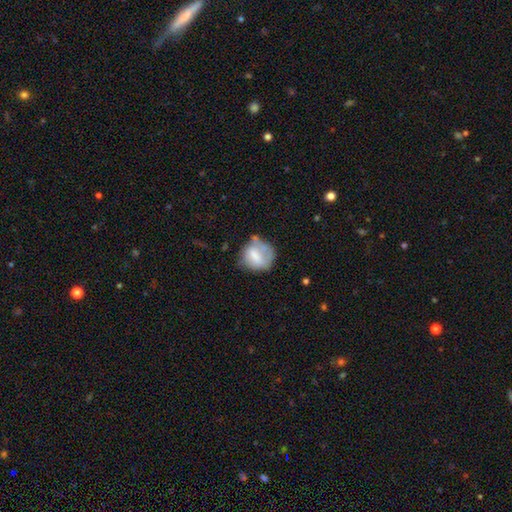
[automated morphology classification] Q: Smooth or featured?
A: smooth (60%); runner-up: featured or disk (32%)
Q: How rounded?
A: round (71%); runner-up: in between (28%)
Q: Merging?
A: none (41%); runner-up: minor disturbance (31%)